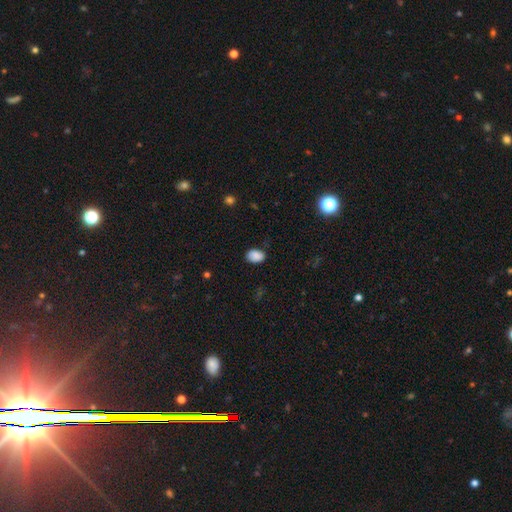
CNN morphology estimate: A smooth galaxy with no disk features (87%) that is in between round and cigar-shaped (82%).

Vote fractions:
- Smooth or featured? smooth: 87% / star or artifact: 9% / featured or disk: 4%
- How rounded? in between: 82% / round: 17% / cigar-shaped: 1%
- Merging? none: 79% / minor disturbance: 17% / major disturbance: 3% / merger: 1%